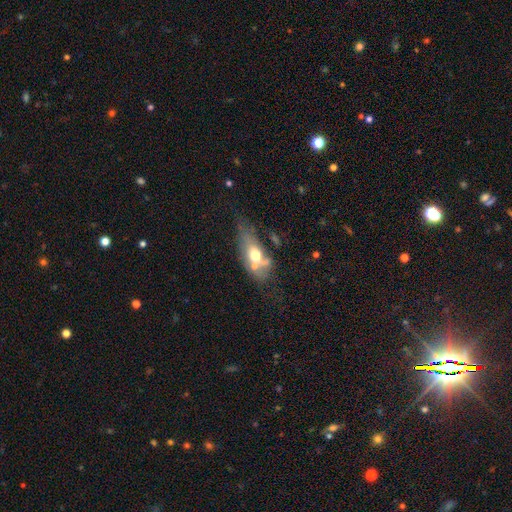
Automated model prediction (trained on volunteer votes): Smooth or featured?
  - smooth: 49% *
  - featured or disk: 43%
  - star or artifact: 8%
Merging?
  - merger: 31% *
  - major disturbance: 24%
  - none: 23%
  - minor disturbance: 22%